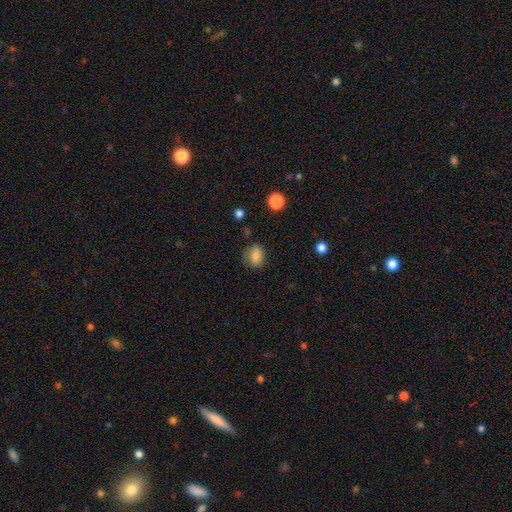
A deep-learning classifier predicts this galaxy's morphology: type=smooth (83%); roundness=in between (55%); merging=none (71%).